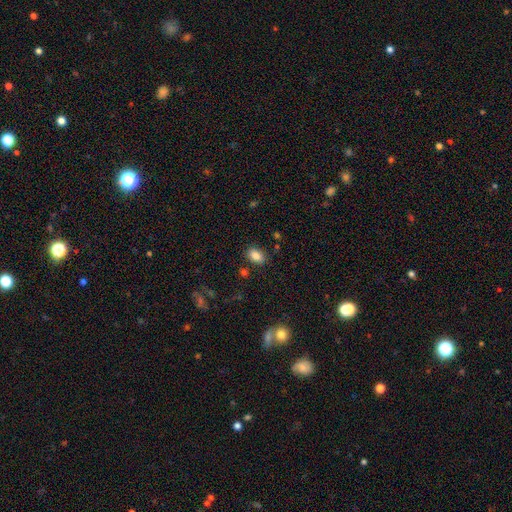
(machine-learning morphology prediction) Q: Smooth or featured?
A: smooth (84%); runner-up: star or artifact (9%)
Q: How rounded?
A: in between (84%); runner-up: round (14%)
Q: Merging?
A: none (84%); runner-up: minor disturbance (10%)